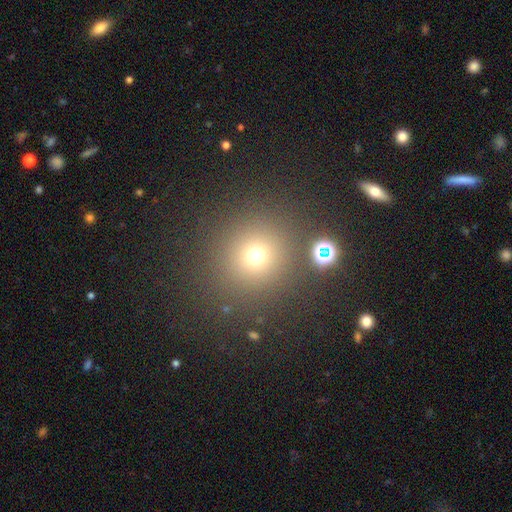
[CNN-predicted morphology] Smooth or featured: smooth — 69% (star or artifact — 23%)
How rounded: round — 91% (in between — 8%)
Merging: none — 85% (minor disturbance — 7%)